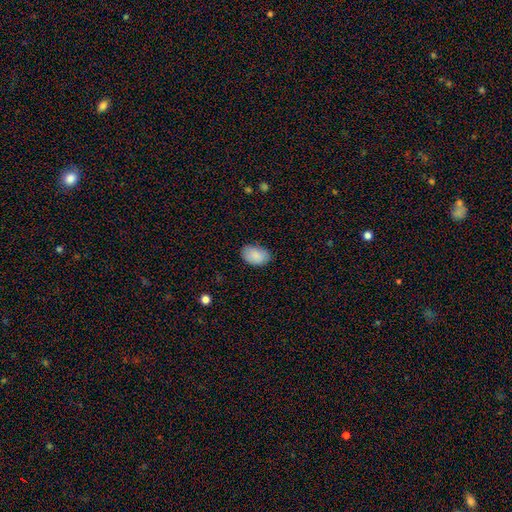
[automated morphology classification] This is clearly a smooth galaxy (88%). How rounded: clearly in between (88%). Merging: likely none (79%).